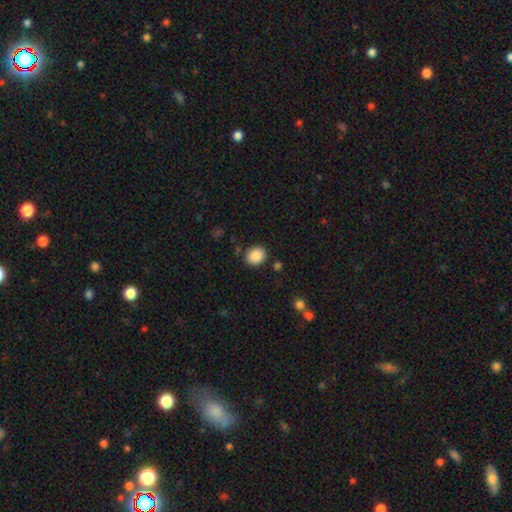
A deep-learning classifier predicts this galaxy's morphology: A smooth galaxy with no disk features (88%) that is round (65%). Merging: none (86%).